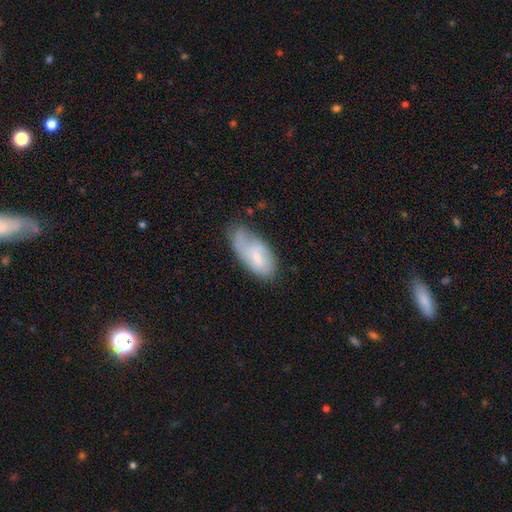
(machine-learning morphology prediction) Smooth or featured? Predicted: smooth (p=0.59). How rounded? Predicted: in between (p=0.91). Merging? Predicted: none (p=0.40).